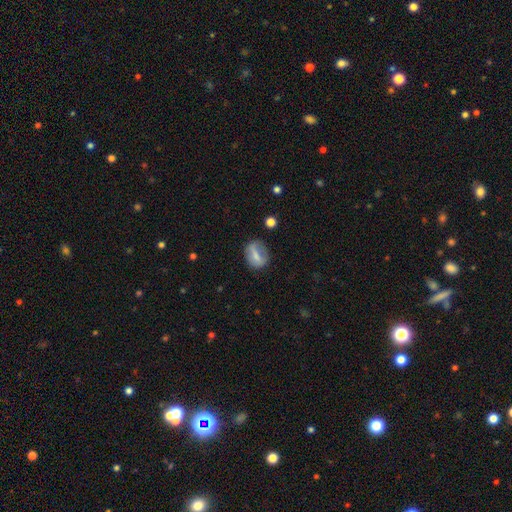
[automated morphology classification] Smooth or featured: smooth — 62% (featured or disk — 29%)
How rounded: in between — 57% (round — 40%)
Merging: none — 64% (minor disturbance — 23%)